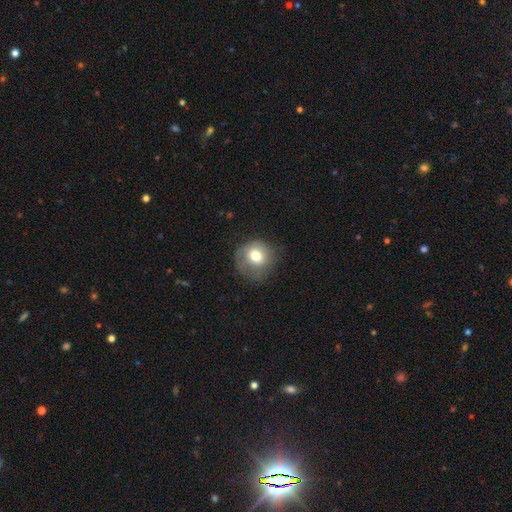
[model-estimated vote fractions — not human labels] Smooth or featured? Predicted: smooth (p=0.71). How rounded? Predicted: round (p=0.86). Merging? Predicted: none (p=0.58).